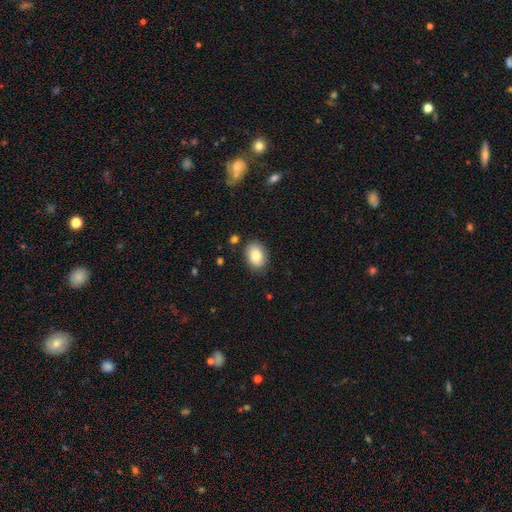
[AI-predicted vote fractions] Smooth or featured?
  - smooth: 82% *
  - featured or disk: 11%
  - star or artifact: 8%
How rounded?
  - in between: 76% *
  - round: 23%
  - cigar-shaped: 1%
Merging?
  - none: 83% *
  - minor disturbance: 12%
  - major disturbance: 3%
  - merger: 2%